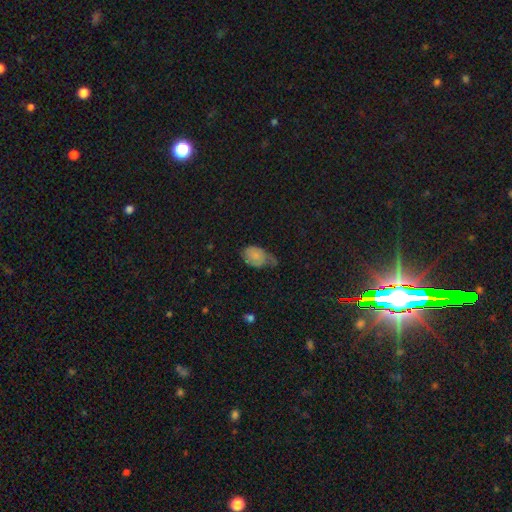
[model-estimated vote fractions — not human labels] Smooth or featured? Predicted: smooth (p=0.68). How rounded? Predicted: in between (p=0.83). Merging? Predicted: minor disturbance (p=0.43).